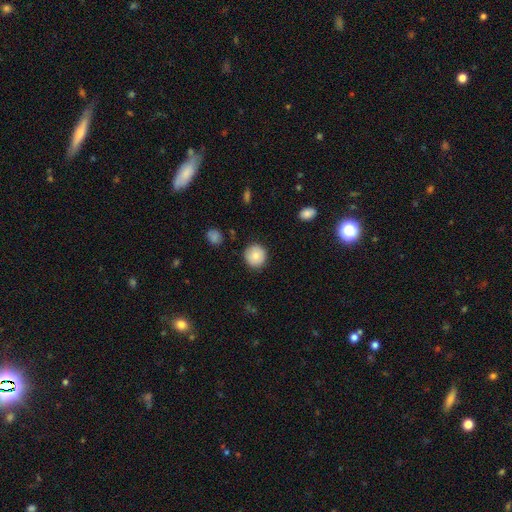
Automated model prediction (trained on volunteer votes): This is clearly a smooth galaxy (82%). How rounded: clearly round (92%). Merging: clearly none (87%).